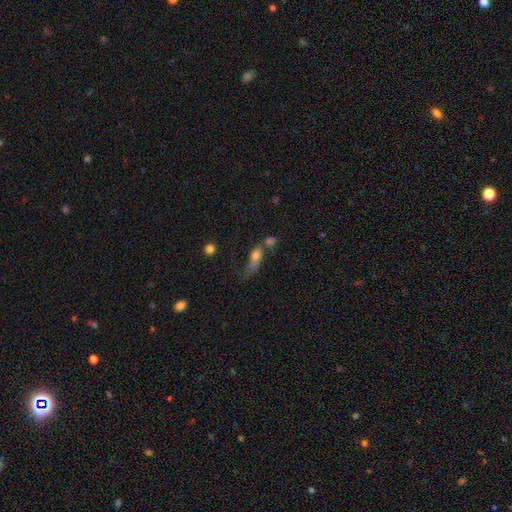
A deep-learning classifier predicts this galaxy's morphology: Smooth or featured: smooth — 62% (featured or disk — 27%)
How rounded: in between — 64% (cigar-shaped — 25%)
Merging: merger — 40% (major disturbance — 25%)